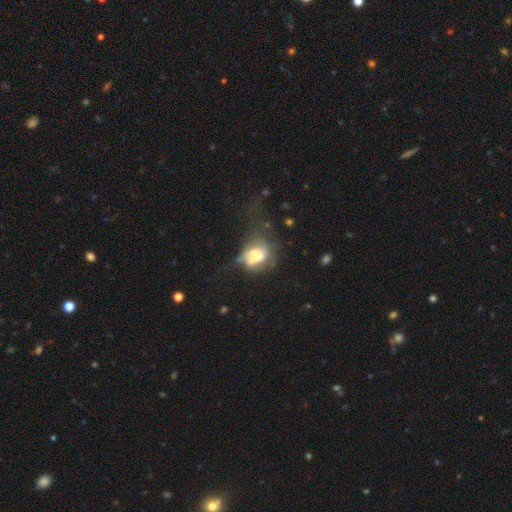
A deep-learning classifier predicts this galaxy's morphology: smooth_or_featured: featured or disk (p=0.44) [alt: smooth p=0.43]
merging: major disturbance (p=0.42) [alt: merger p=0.21]